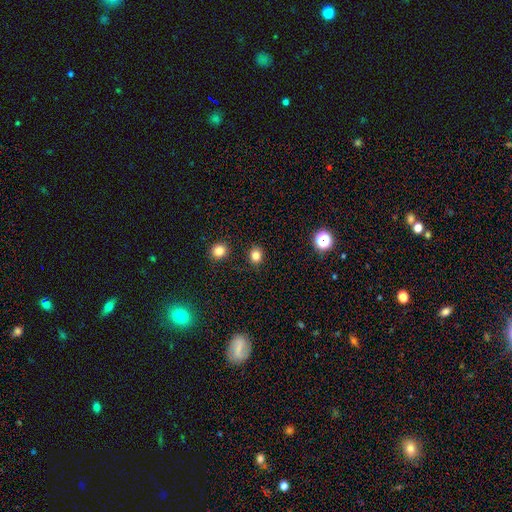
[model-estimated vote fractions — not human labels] smooth-or-featured: smooth: 81% | star or artifact: 14% | featured or disk: 5%
  how-rounded: round: 74% | in between: 25% | cigar-shaped: 1%
  merging: none: 88% | minor disturbance: 7% | merger: 3% | major disturbance: 2%